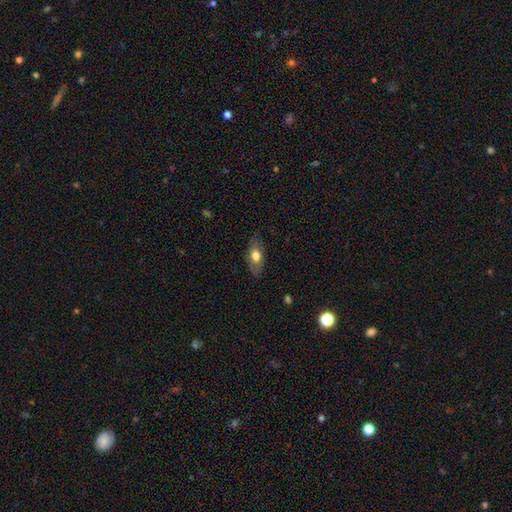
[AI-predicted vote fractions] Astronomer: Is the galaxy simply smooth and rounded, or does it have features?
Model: smooth — 67%.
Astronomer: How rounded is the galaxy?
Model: in between — 86%.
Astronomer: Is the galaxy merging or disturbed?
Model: none — 79%.